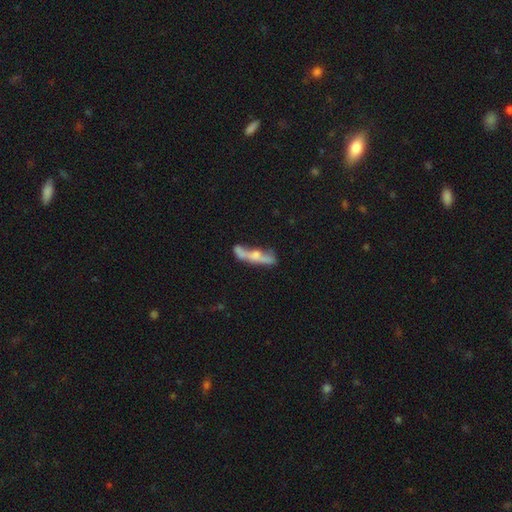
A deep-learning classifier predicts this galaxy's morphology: A featured or disk galaxy (55%) viewed edge-on (69%). Merging: none (45%).